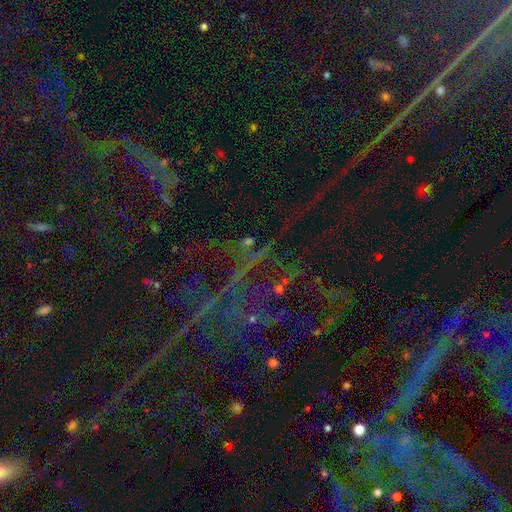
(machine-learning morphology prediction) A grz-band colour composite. It shows a star or artifact, not a galaxy (81%).